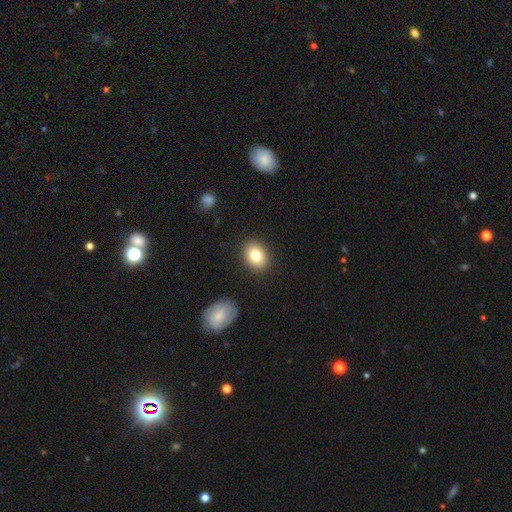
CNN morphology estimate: Smooth or featured?
  - smooth: 82% *
  - featured or disk: 10%
  - star or artifact: 9%
How rounded?
  - in between: 62% *
  - round: 37%
  - cigar-shaped: 1%
Merging?
  - none: 88% *
  - minor disturbance: 8%
  - major disturbance: 2%
  - merger: 2%